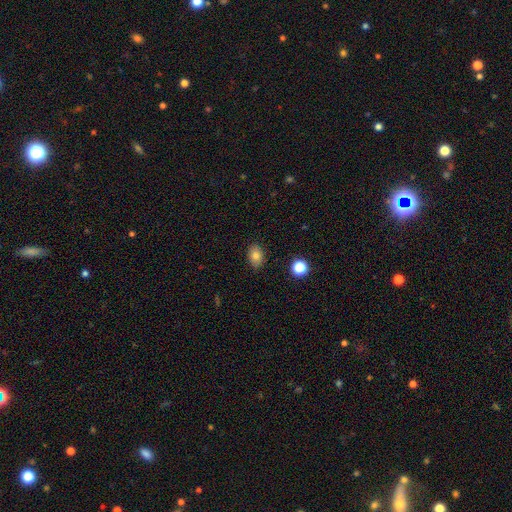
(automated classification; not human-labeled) A smooth galaxy with no disk features (80%) that is in between round and cigar-shaped (77%).

Vote fractions:
- Smooth or featured? smooth: 80% / star or artifact: 11% / featured or disk: 10%
- How rounded? in between: 77% / round: 22% / cigar-shaped: 1%
- Merging? none: 86% / minor disturbance: 11% / major disturbance: 2% / merger: 1%